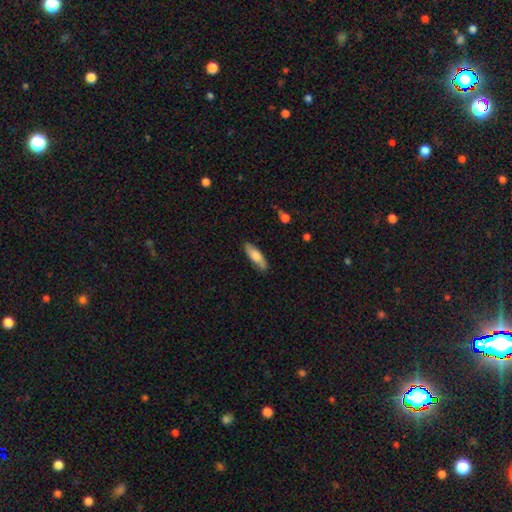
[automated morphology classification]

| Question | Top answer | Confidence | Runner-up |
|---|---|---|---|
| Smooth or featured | smooth | 72% | featured or disk (22%) |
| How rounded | cigar-shaped | 50% | in between (48%) |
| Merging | none | 84% | minor disturbance (13%) |